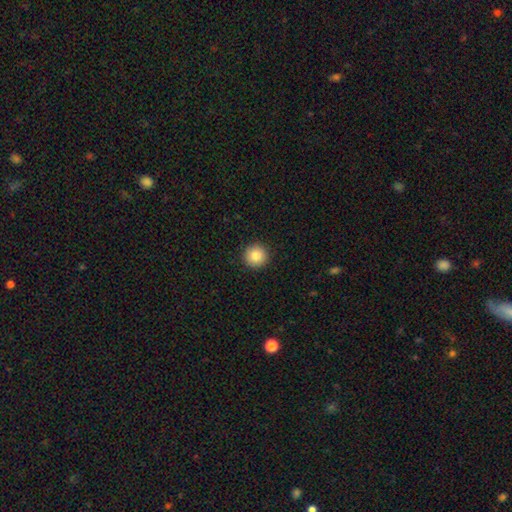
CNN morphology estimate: The model was most divided on "smooth or featured": smooth: 84%, star or artifact: 10%, featured or disk: 6%. More confident: how rounded — round (96%); merging — none (93%).